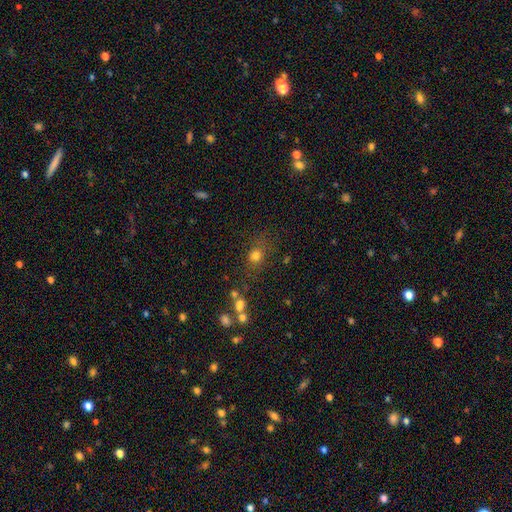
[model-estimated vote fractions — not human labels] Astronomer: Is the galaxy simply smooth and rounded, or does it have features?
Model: smooth — 74%.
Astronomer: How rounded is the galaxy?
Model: round — 67%.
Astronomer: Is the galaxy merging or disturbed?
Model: none — 69%.